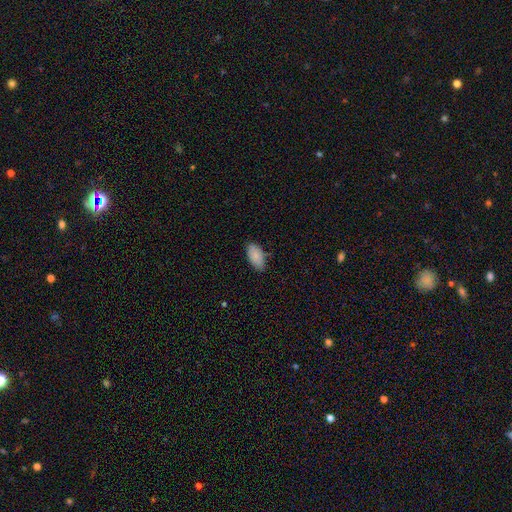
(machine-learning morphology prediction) Smooth or featured: smooth — 87% (star or artifact — 7%)
How rounded: in between — 93% (cigar-shaped — 4%)
Merging: none — 71% (minor disturbance — 24%)